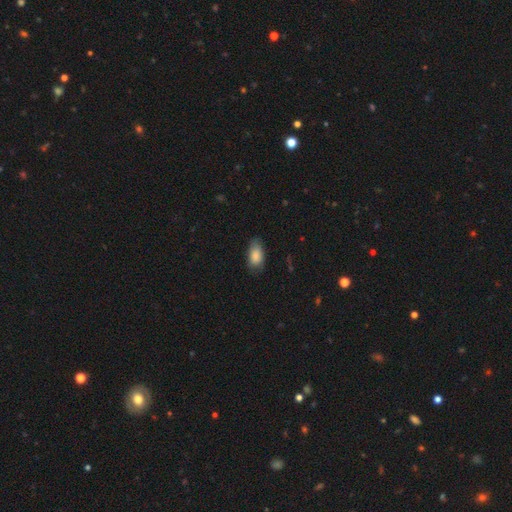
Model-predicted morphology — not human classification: smooth_or_featured: smooth (p=0.87) [alt: star or artifact p=0.07]
how_rounded: in between (p=0.92) [alt: round p=0.04]
merging: none (p=0.71) [alt: minor disturbance p=0.23]